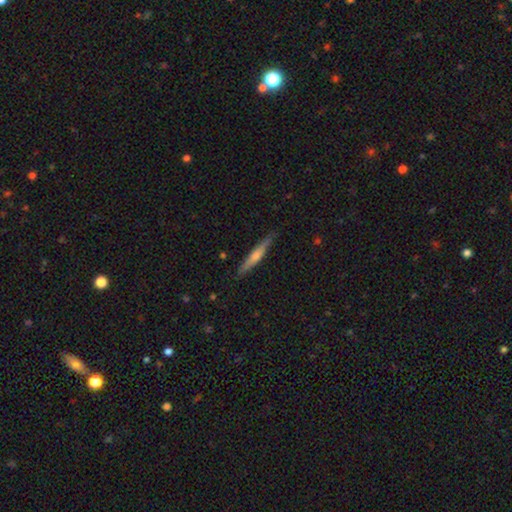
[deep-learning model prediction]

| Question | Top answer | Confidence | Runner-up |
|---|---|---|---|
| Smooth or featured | featured or disk | 51% | smooth (43%) |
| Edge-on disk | yes | 96% | no (4%) |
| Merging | none | 88% | minor disturbance (9%) |